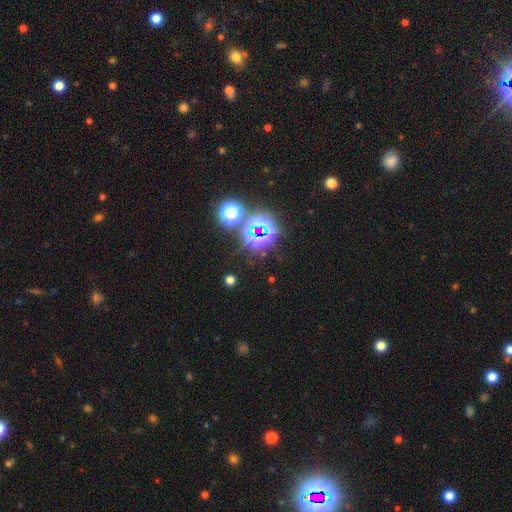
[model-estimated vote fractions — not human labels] A star or artifact, not a galaxy (80%).